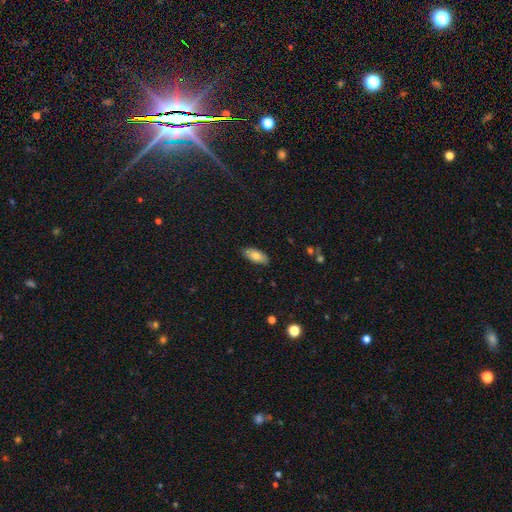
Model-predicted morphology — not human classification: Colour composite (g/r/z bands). It shows a smooth galaxy with no disk features (77%) that is in between round and cigar-shaped (85%). Merging: none (86%).